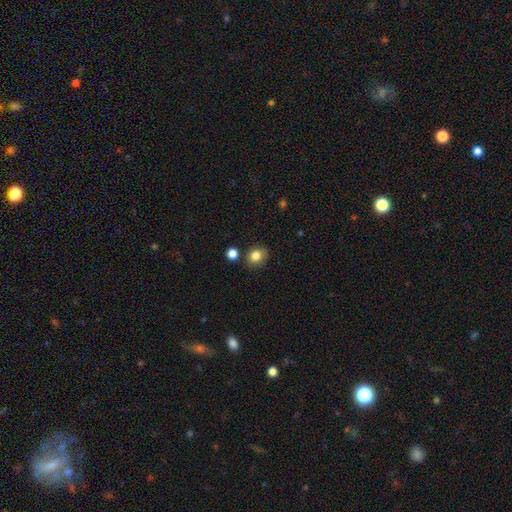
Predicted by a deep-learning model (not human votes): The model was most divided on "how rounded": round: 68%, in between: 31%, cigar-shaped: 1%. More confident: smooth or featured — smooth (82%); merging — none (75%).